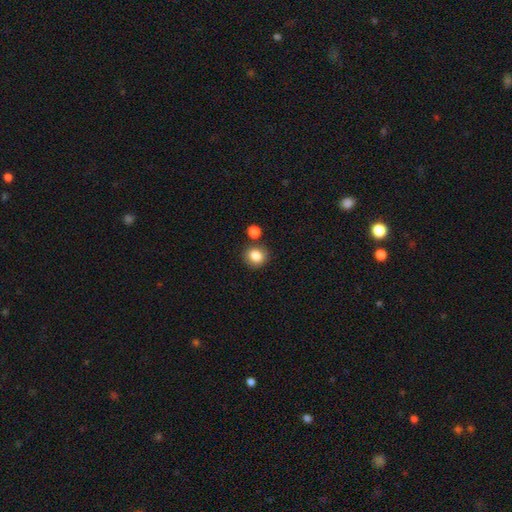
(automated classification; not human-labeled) smooth-or-featured: smooth: 84% | star or artifact: 10% | featured or disk: 5%
  how-rounded: round: 77% | in between: 22% | cigar-shaped: 1%
  merging: none: 78% | minor disturbance: 10% | merger: 9% | major disturbance: 3%